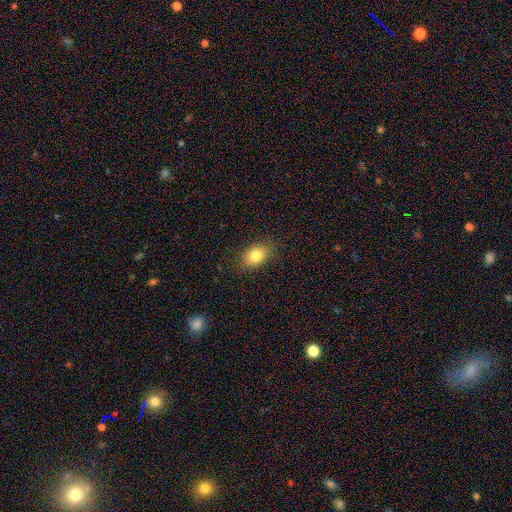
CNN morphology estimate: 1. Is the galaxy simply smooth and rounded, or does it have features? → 82% smooth, 10% star or artifact, 9% featured or disk.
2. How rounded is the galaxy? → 70% in between, 28% round, 2% cigar-shaped.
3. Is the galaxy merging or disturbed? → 83% none, 13% minor disturbance, 3% major disturbance, 1% merger.